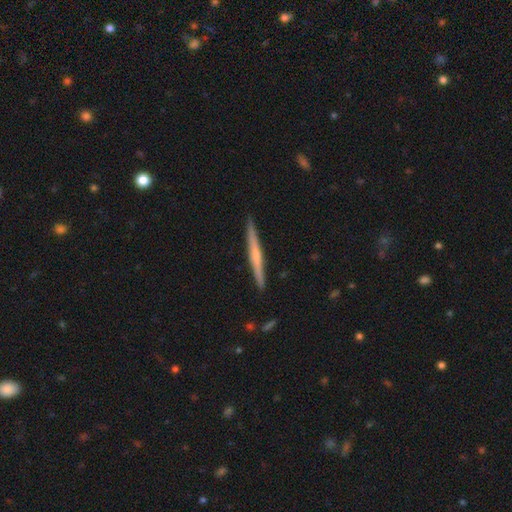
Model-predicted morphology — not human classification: Smooth or featured? Predicted: featured or disk (p=0.58). Edge-on disk? Predicted: yes (p=0.98). Edge-on bulge? Predicted: none (p=0.52). Merging? Predicted: none (p=0.92).